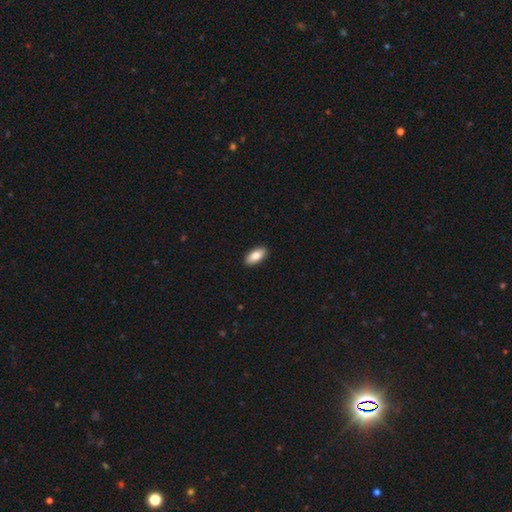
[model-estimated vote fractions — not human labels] This is clearly a smooth galaxy (87%). How rounded: clearly in between (91%). Merging: clearly none (91%).